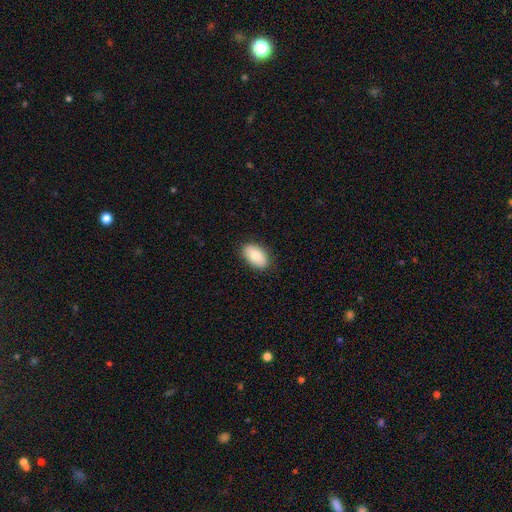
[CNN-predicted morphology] smooth_or_featured: smooth (p=0.84) [alt: featured or disk p=0.09]
how_rounded: in between (p=0.94) [alt: round p=0.05]
merging: none (p=0.88) [alt: minor disturbance p=0.09]